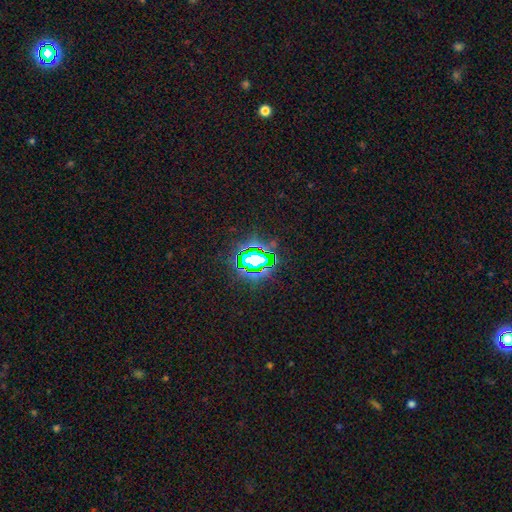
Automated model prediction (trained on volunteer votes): Smooth or featured? Predicted: star or artifact (p=0.71).